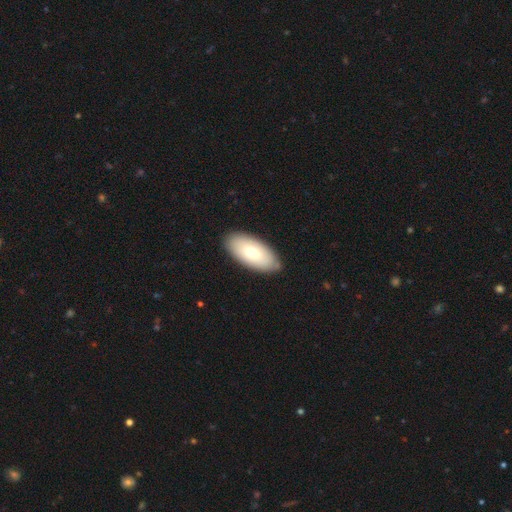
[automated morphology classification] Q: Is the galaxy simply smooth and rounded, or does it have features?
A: smooth — 74%.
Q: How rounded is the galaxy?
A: in between — 92%.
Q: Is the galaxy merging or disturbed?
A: none — 85%.